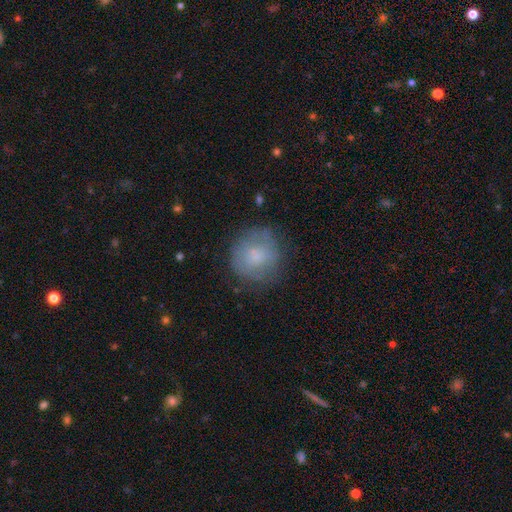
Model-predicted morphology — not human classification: A smooth galaxy with no disk features (70%) that is round (89%). Merging: none (71%).